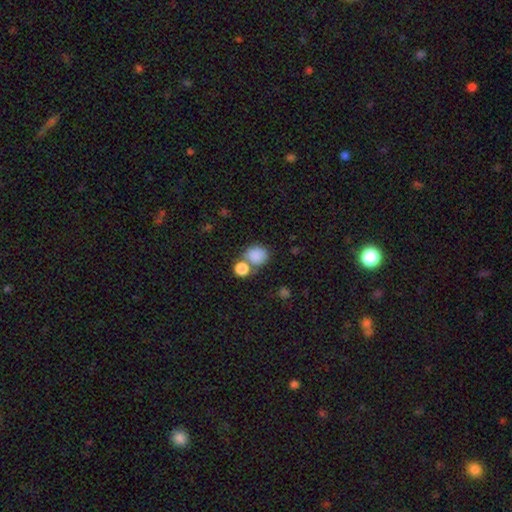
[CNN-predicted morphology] Smooth or featured: smooth — 84% (star or artifact — 9%)
How rounded: round — 73% (in between — 26%)
Merging: none — 48% (merger — 36%)